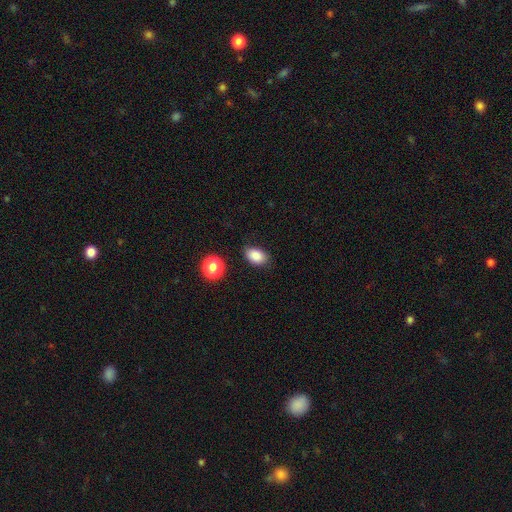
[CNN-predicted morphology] smooth 86%, star or artifact 9%, featured or disk 5%. Down the decision tree: how rounded — in between (84%); merging — none (81%).